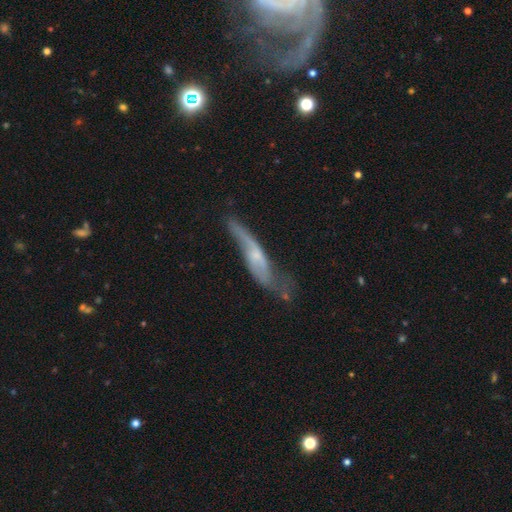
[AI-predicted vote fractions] A featured or disk galaxy (61%) viewed edge-on (53%). Merging: none (43%).